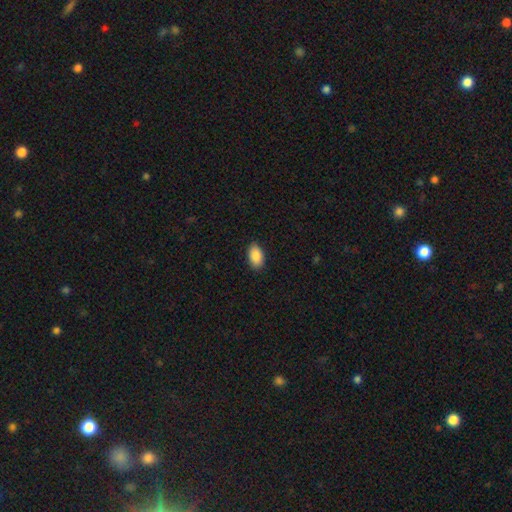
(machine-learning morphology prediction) type=smooth (89%); roundness=in between (93%); merging=none (89%).